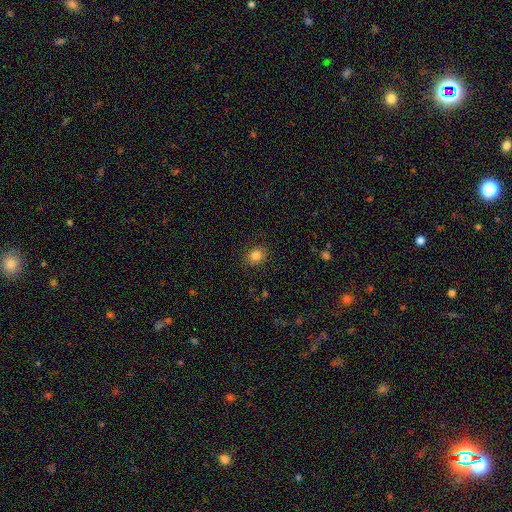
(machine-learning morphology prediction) smooth-or-featured: smooth: 83% | star or artifact: 11% | featured or disk: 6%
  how-rounded: round: 59% | in between: 40% | cigar-shaped: 1%
  merging: none: 86% | minor disturbance: 10% | major disturbance: 3% | merger: 1%